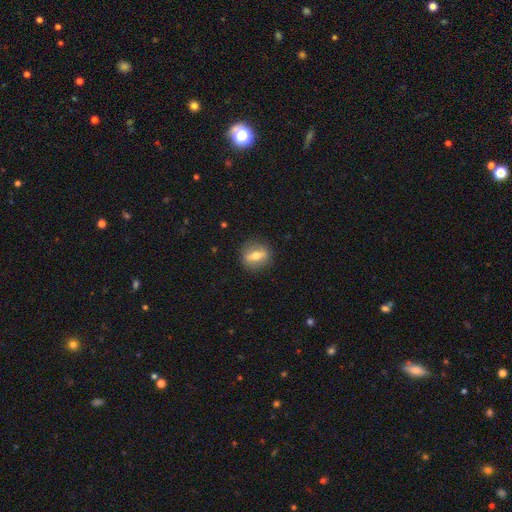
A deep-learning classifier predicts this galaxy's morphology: The model was most divided on "smooth or featured": smooth: 50%, featured or disk: 42%, star or artifact: 8%. More confident: merging — none (86%).